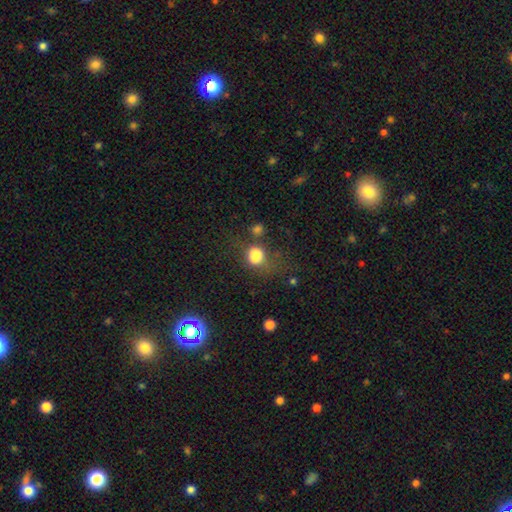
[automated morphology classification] smooth_or_featured: smooth (p=0.76) [alt: star or artifact p=0.14]
how_rounded: round (p=0.58) [alt: in between p=0.41]
merging: none (p=0.40) [alt: merger p=0.21]